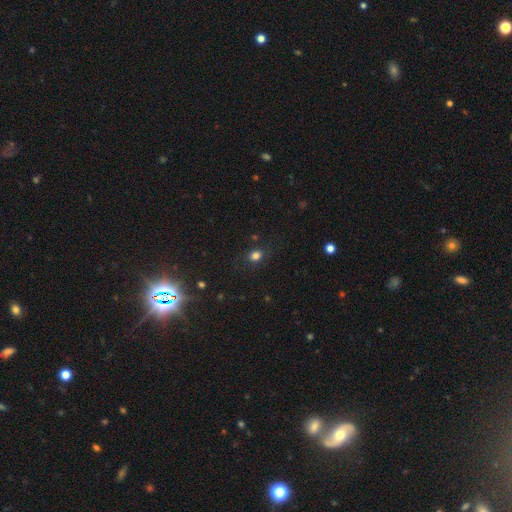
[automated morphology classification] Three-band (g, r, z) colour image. It shows a smooth galaxy with no disk features (79%) that is round (56%). Merging: none (83%).